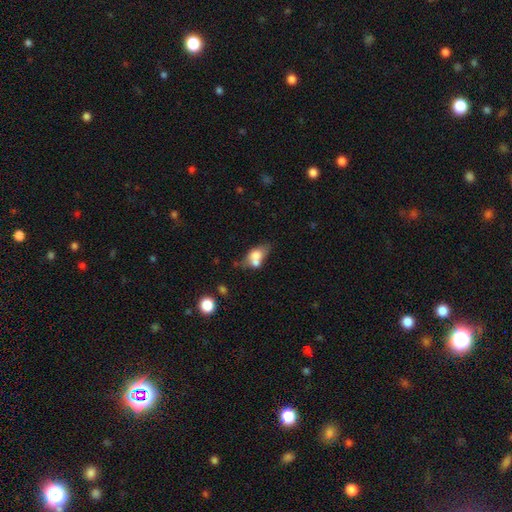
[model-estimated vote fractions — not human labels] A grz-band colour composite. It shows a smooth galaxy with no disk features (65%) that is in between round and cigar-shaped (77%). Merging: merger (50%).